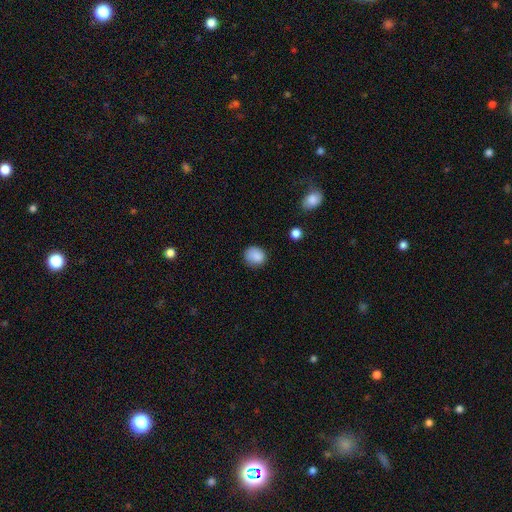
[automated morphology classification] The model was most divided on "how rounded": round: 78%, in between: 22%, cigar-shaped: 1%. More confident: smooth or featured — smooth (87%); merging — none (79%).